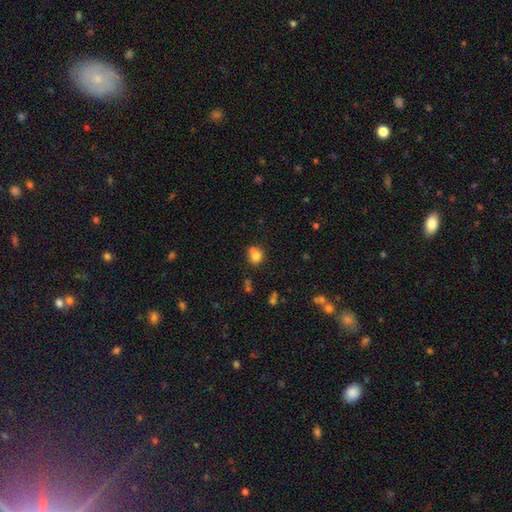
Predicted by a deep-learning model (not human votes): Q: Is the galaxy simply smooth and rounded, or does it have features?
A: smooth — 80%.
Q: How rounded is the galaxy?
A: round — 69%.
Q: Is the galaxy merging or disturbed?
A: none — 53%.